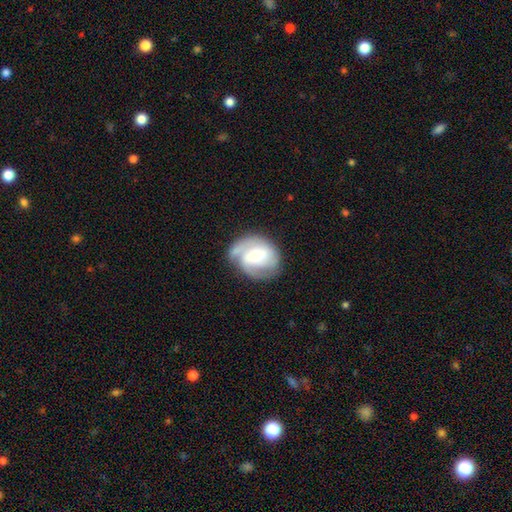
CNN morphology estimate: smooth-or-featured: featured or disk: 71% | smooth: 23% | star or artifact: 6%
  disk-edge-on: no: 97% | yes: 3%
    bar: weak: 44% | no: 35% | strong: 20%
    has-spiral-arms: yes: 90% | no: 10%
      spiral-winding: medium: 44% | tight: 38% | loose: 19%
      spiral-arm-count: 2: 48% | 3: 21% | can't tell: 16% | 1: 9% | 4: 3% | more than 4: 2%
    bulge-size: moderate: 52% | small: 40% | large: 6% | none: 2% | dominant: 1%
  merging: none: 61% | minor disturbance: 24% | major disturbance: 12% | merger: 4%